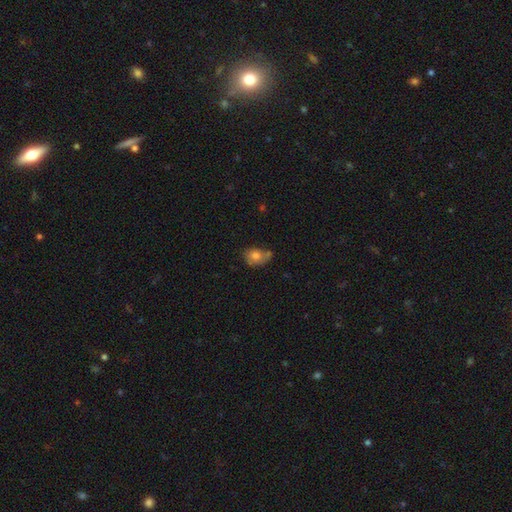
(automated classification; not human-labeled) smooth 73%, featured or disk 18%, star or artifact 9%. Down the decision tree: how rounded — in between (63%); merging — none (42%).